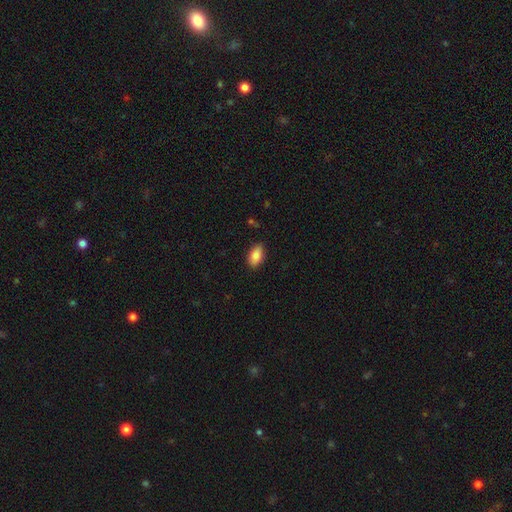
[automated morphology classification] smooth 86%, star or artifact 7%, featured or disk 6%. Down the decision tree: how rounded — in between (92%); merging — none (87%).